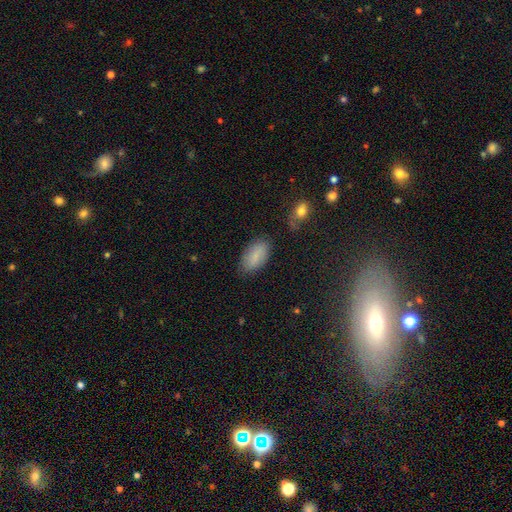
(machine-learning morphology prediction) smooth_or_featured: smooth (p=0.83) [alt: featured or disk p=0.10]
how_rounded: in between (p=0.93) [alt: cigar-shaped p=0.04]
merging: none (p=0.80) [alt: minor disturbance p=0.15]